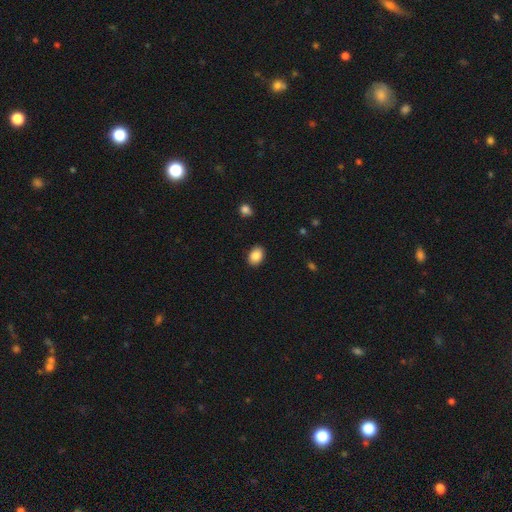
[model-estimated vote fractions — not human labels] Overall: smooth (88%). How rounded: in between (78%). Merging: none (89%).